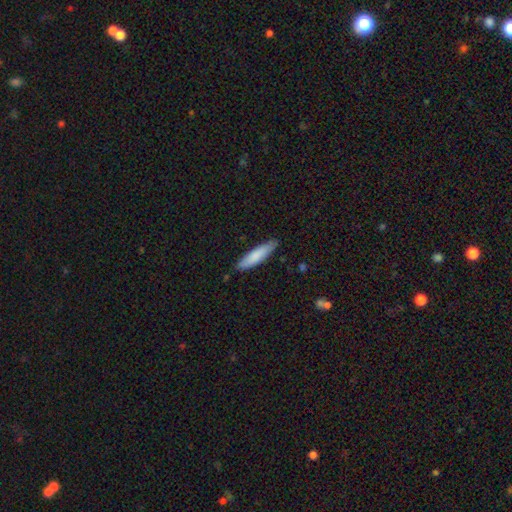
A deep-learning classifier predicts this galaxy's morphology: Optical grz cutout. It shows a smooth galaxy with no disk features (81%) that is cigar-shaped (77%). Merging: none (84%).